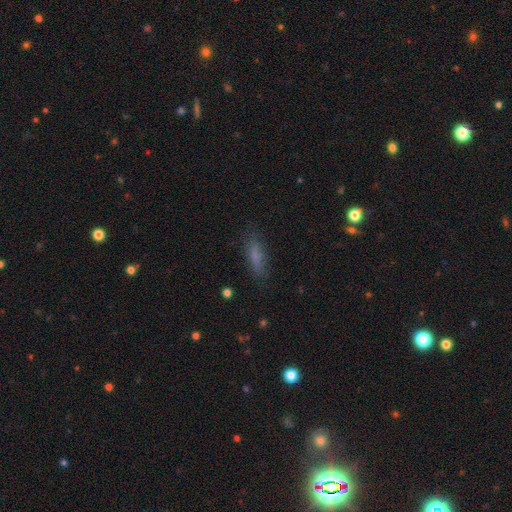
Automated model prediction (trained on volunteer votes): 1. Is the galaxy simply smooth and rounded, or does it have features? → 73% smooth, 16% featured or disk, 11% star or artifact.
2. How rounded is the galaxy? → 59% cigar-shaped, 38% in between, 2% round.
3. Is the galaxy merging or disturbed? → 79% none, 14% minor disturbance, 5% major disturbance, 2% merger.